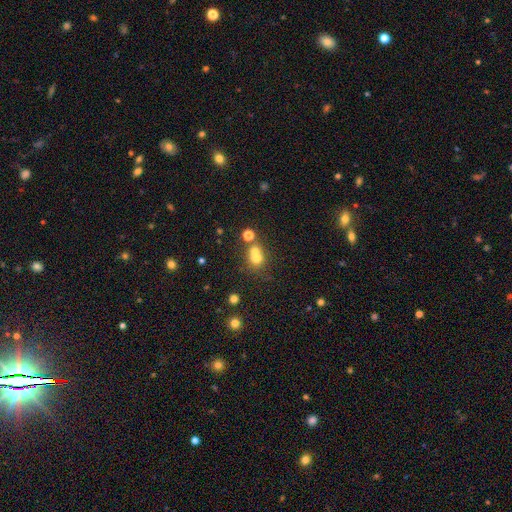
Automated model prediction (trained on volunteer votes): Morphology: type=smooth (66%); roundness=round (79%); merging=merger (55%).